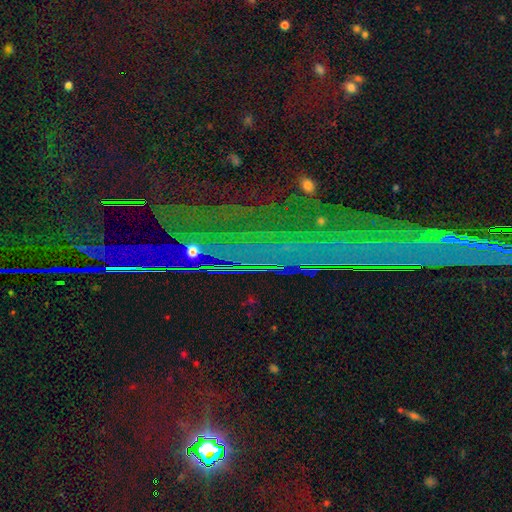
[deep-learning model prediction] Smooth or featured: star or artifact — 85% (smooth — 7%)